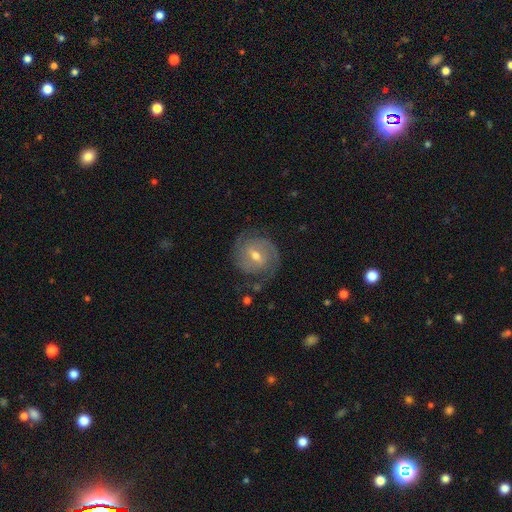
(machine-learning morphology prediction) featured or disk 81%, smooth 13%, star or artifact 6%. Down the decision tree: edge-on disk — no (97%); bar — weak (55%); spiral arms — yes (94%); spiral arm count — 2 (70%); spiral winding — tight (54%); bulge size — moderate (64%); merging — none (77%).